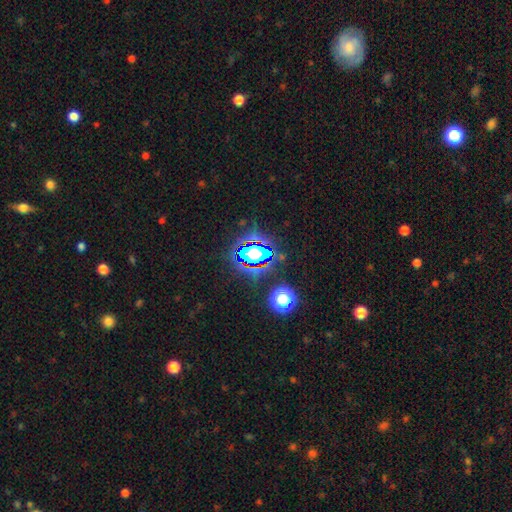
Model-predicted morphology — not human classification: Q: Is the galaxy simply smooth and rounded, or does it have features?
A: star or artifact — 78%.